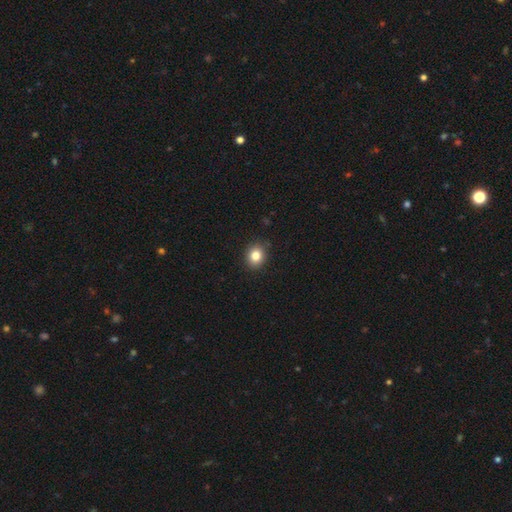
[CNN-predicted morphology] The model was most divided on "how rounded": round: 68%, in between: 31%, cigar-shaped: 1%. More confident: merging — none (89%); smooth or featured — smooth (83%).